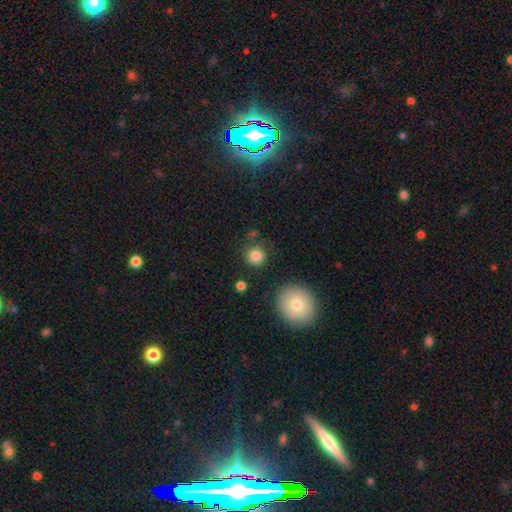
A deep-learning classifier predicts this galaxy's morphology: type=smooth (84%); roundness=round (92%); merging=none (78%).